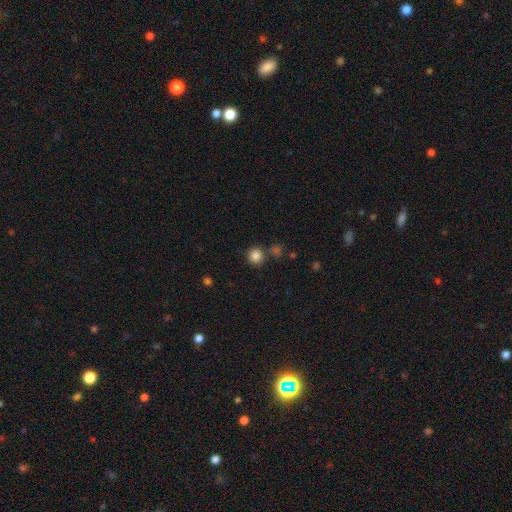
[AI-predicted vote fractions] Smooth or featured? Predicted: smooth (p=0.84). How rounded? Predicted: round (p=0.94). Merging? Predicted: none (p=0.80).